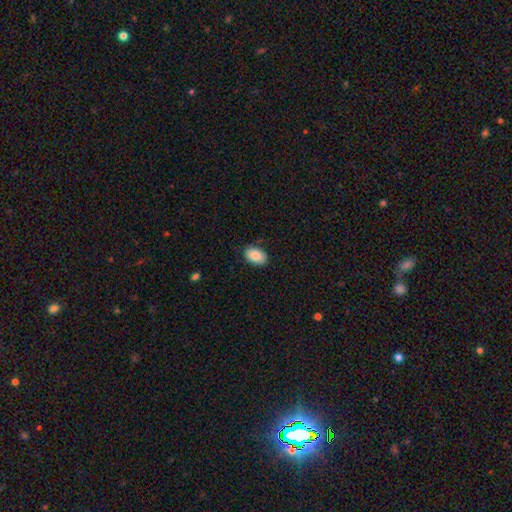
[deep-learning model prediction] Smooth or featured: smooth — 87% (star or artifact — 7%)
How rounded: in between — 90% (round — 9%)
Merging: none — 84% (minor disturbance — 13%)